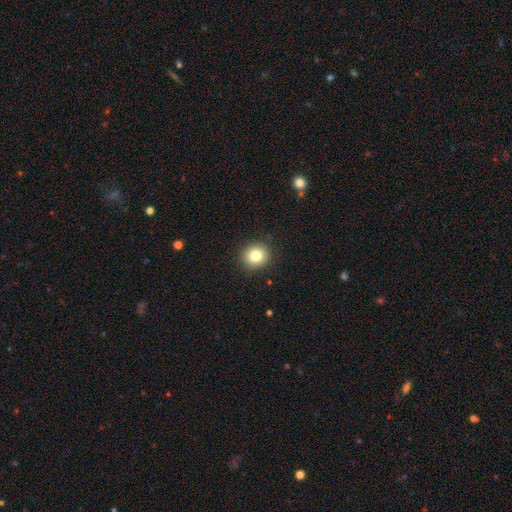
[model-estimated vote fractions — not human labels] The model was most divided on "smooth or featured": smooth: 82%, star or artifact: 10%, featured or disk: 8%. More confident: merging — none (91%); how rounded — round (87%).